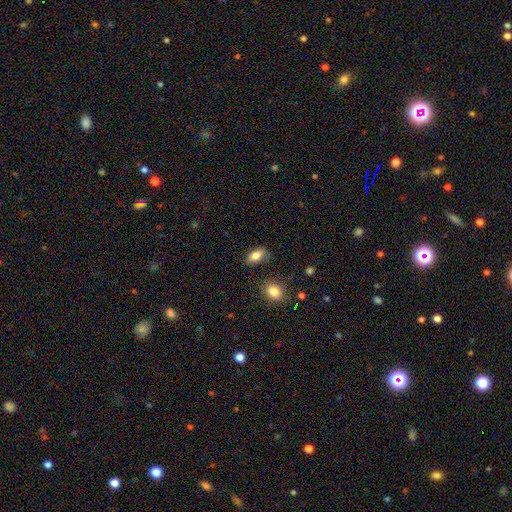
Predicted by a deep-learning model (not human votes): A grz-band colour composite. It shows a smooth galaxy with no disk features (83%) that is in between round and cigar-shaped (89%). Merging: none (80%).